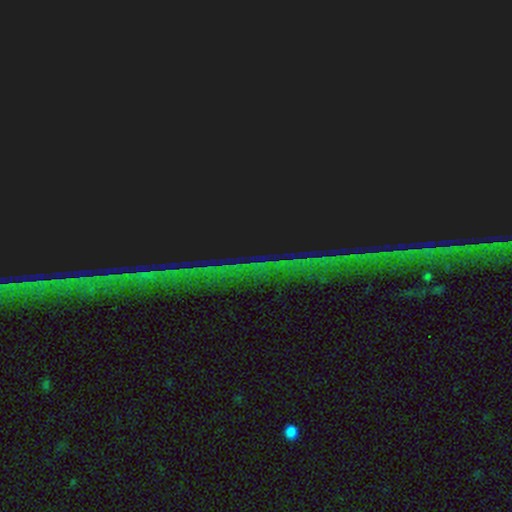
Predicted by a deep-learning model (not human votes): star or artifact 85%, featured or disk 8%, smooth 7%.